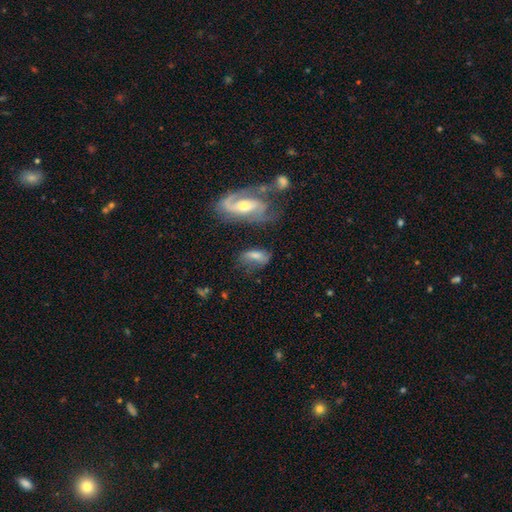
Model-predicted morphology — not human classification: Q: Smooth or featured?
A: smooth (50%); runner-up: featured or disk (39%)
Q: How rounded?
A: in between (82%); runner-up: cigar-shaped (11%)
Q: Merging?
A: none (45%); runner-up: minor disturbance (25%)